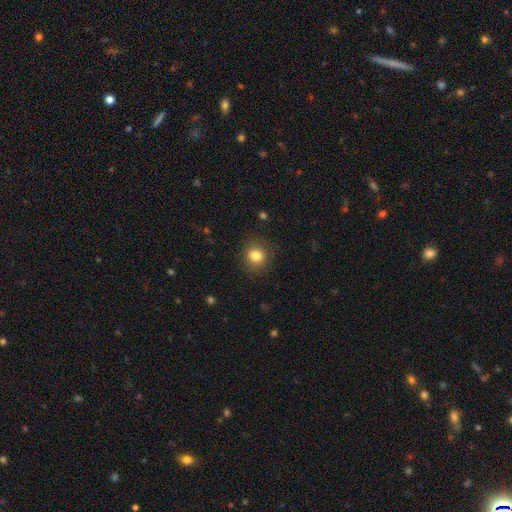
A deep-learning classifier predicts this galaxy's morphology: This appears to be a smooth galaxy with no disk features (83%) that is round (82%). Merging: none (86%).